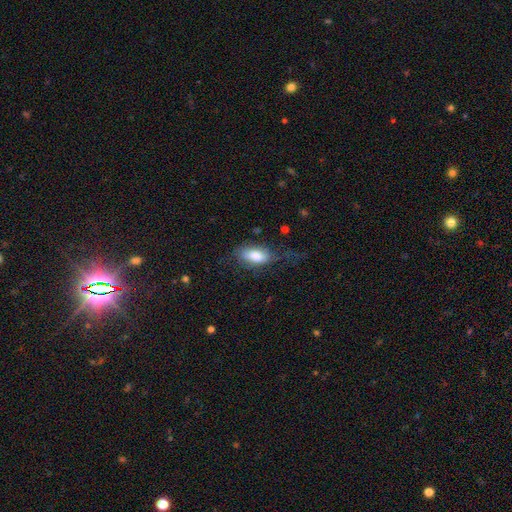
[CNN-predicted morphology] smooth 76%, featured or disk 18%, star or artifact 6%. Down the decision tree: how rounded — in between (88%); merging — none (54%).